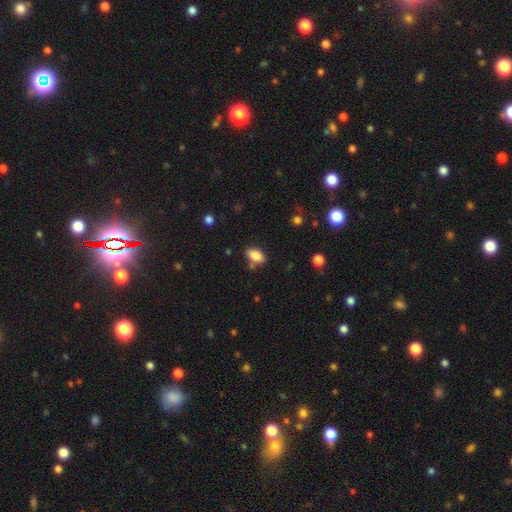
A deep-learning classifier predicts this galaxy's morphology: Q: Smooth or featured?
A: smooth (84%); runner-up: star or artifact (8%)
Q: How rounded?
A: in between (90%); runner-up: round (7%)
Q: Merging?
A: none (76%); runner-up: minor disturbance (14%)